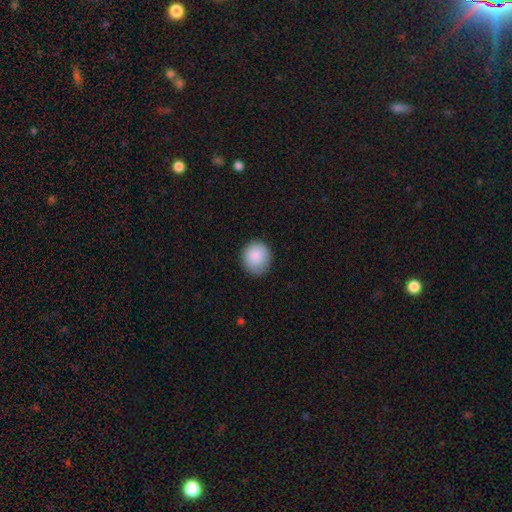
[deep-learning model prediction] smooth 89%, star or artifact 7%, featured or disk 4%. Down the decision tree: how rounded — round (80%); merging — none (83%).